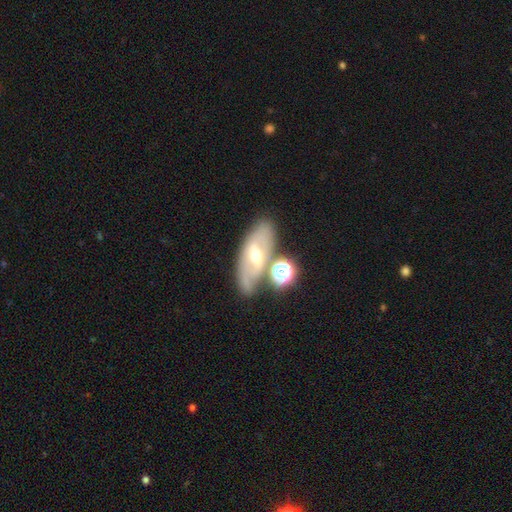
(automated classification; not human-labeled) Smooth or featured: featured or disk — 61% (smooth — 27%)
Edge-on disk: no — 83% (yes — 17%)
Bar: weak — 39% (strong — 31%)
Spiral arms: yes — 59% (no — 41%)
Bulge size: moderate — 62% (small — 30%)
Merging: none — 62% (minor disturbance — 16%)